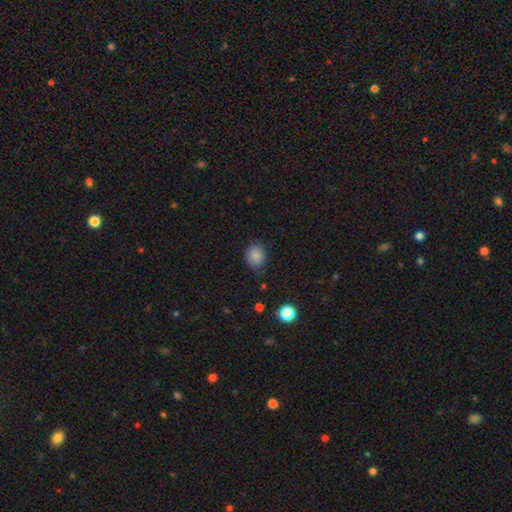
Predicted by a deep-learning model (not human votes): Smooth or featured? smooth (85%)
How rounded? round (69%)
Merging? none (75%)